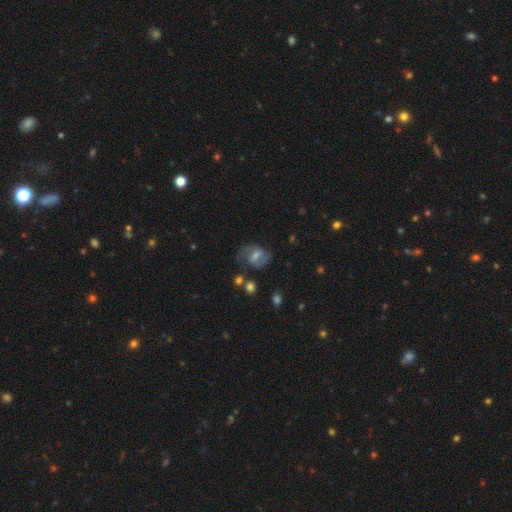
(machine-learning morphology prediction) featured or disk 66%, smooth 23%, star or artifact 11%. Down the decision tree: edge-on disk — no (96%); bar — weak (53%); spiral arms — yes (86%); spiral arm count — 2 (81%); spiral winding — medium (52%); bulge size — moderate (47%); merging — none (67%).